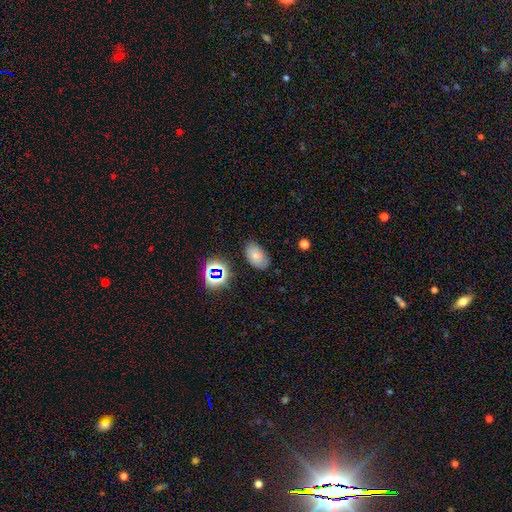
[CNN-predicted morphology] smooth_or_featured: smooth (p=0.66) [alt: featured or disk p=0.18]
how_rounded: in between (p=0.90) [alt: round p=0.08]
merging: none (p=0.77) [alt: minor disturbance p=0.17]